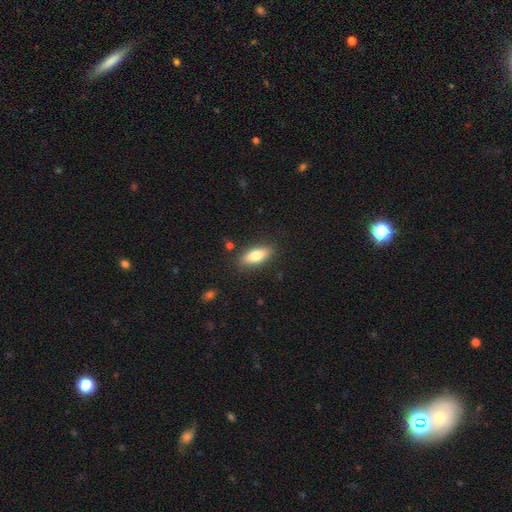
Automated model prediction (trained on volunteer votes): Overall: smooth (76%). How rounded: in between (73%). Merging: none (86%).